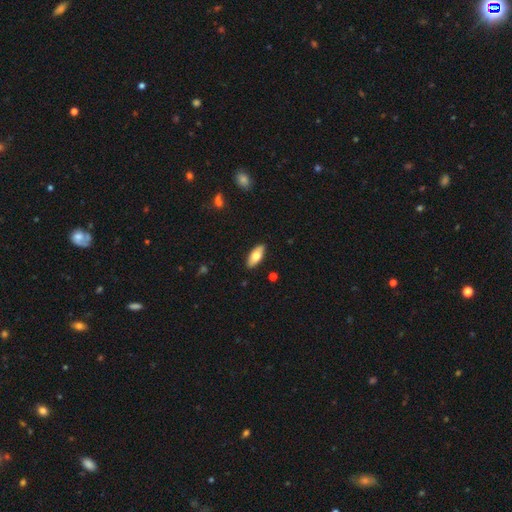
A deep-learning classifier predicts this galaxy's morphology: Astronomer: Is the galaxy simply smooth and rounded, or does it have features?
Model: smooth — 70%.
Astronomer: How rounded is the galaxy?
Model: in between — 81%.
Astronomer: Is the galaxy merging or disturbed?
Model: none — 90%.